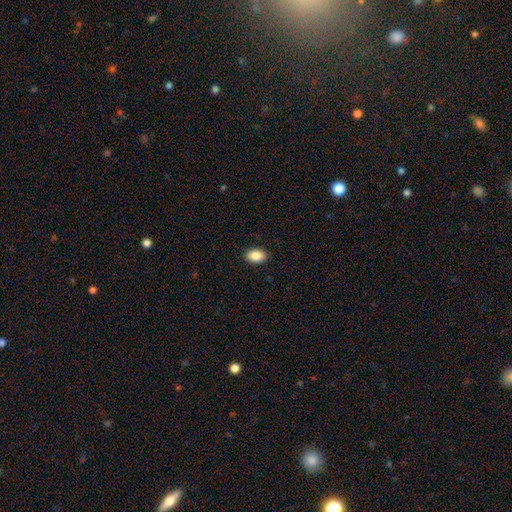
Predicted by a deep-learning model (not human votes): A smooth galaxy with no disk features (88%) that is in between round and cigar-shaped (89%).

Vote fractions:
- Smooth or featured? smooth: 88% / star or artifact: 7% / featured or disk: 4%
- How rounded? in between: 89% / round: 10% / cigar-shaped: 1%
- Merging? none: 90% / minor disturbance: 7% / major disturbance: 2% / merger: 1%